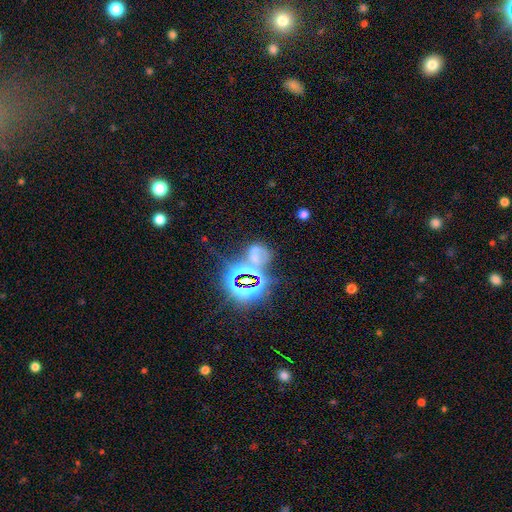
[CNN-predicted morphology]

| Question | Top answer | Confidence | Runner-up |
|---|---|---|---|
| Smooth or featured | star or artifact | 54% | smooth (29%) |